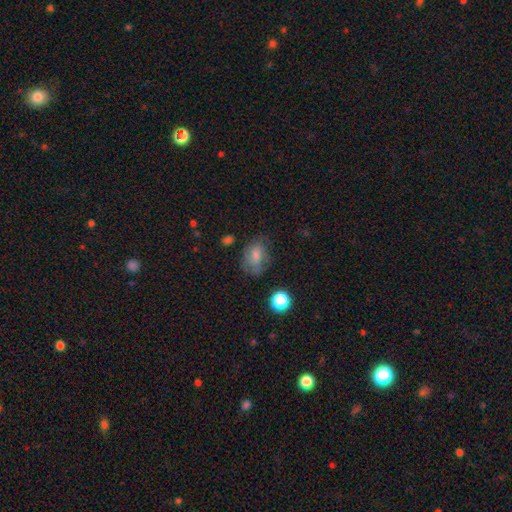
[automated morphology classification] Smooth or featured: smooth — 63% (featured or disk — 25%)
How rounded: in between — 69% (round — 30%)
Merging: none — 54% (minor disturbance — 28%)